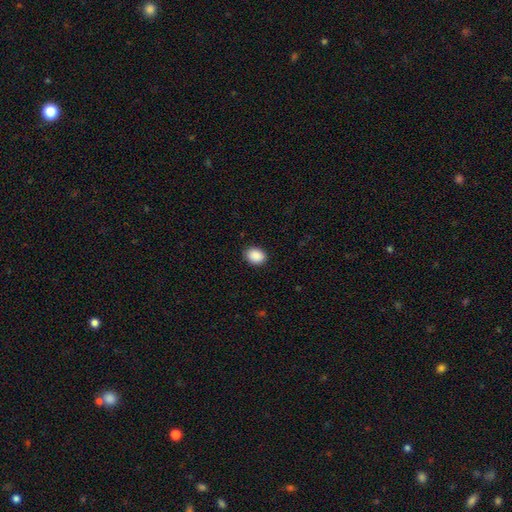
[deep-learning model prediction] Smooth or featured? Predicted: smooth (p=0.90). How rounded? Predicted: in between (p=0.62). Merging? Predicted: none (p=0.89).